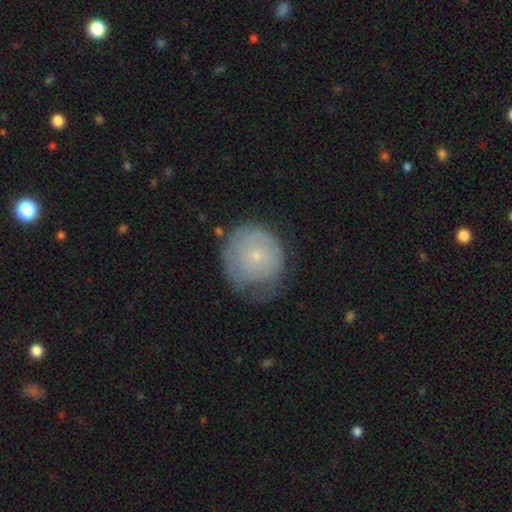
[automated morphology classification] smooth-or-featured: smooth: 55% | featured or disk: 37% | star or artifact: 8%
  how-rounded: round: 86% | in between: 13% | cigar-shaped: 1%
  merging: none: 48% | minor disturbance: 34% | major disturbance: 16% | merger: 2%